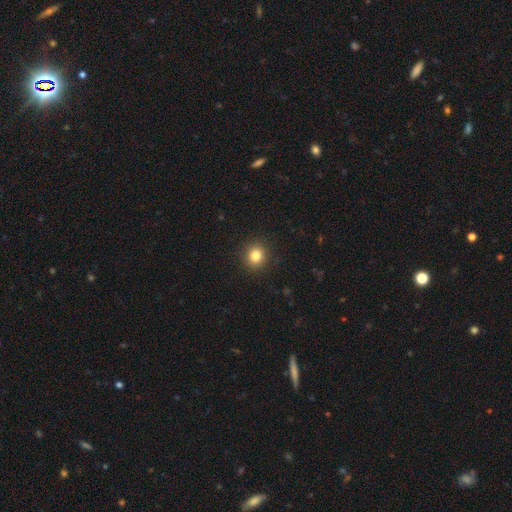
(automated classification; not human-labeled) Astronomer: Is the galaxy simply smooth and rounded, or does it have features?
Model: smooth — 82%.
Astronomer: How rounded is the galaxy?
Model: round — 88%.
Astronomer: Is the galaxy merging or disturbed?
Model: none — 91%.